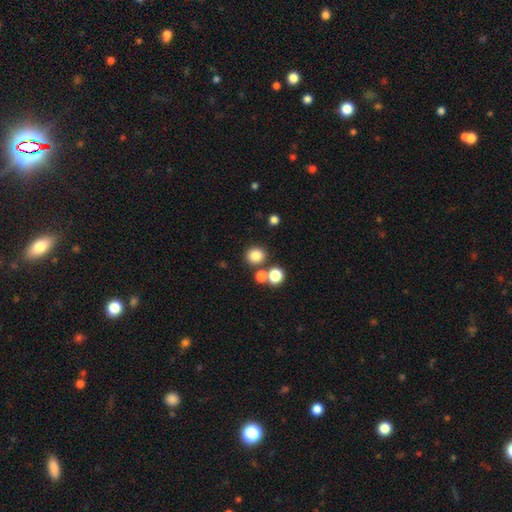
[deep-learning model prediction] A smooth galaxy with no disk features (81%) that is round (87%). Merging: none (76%).